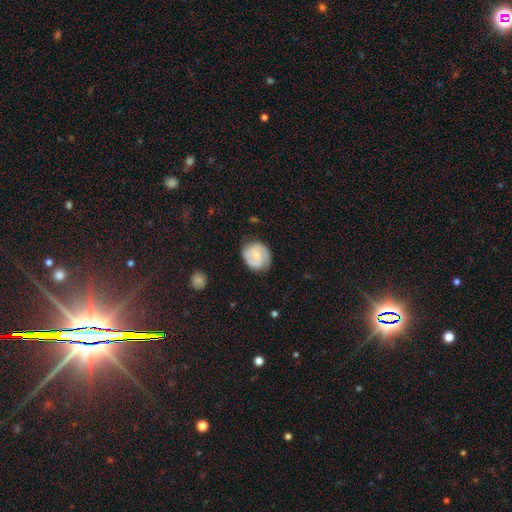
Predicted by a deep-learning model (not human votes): Morphology: type=featured or disk (58%); edge-on=no (98%); bar=no (50%); spiral arms=yes (84%); bulge=small (42%); merging=none (72%).